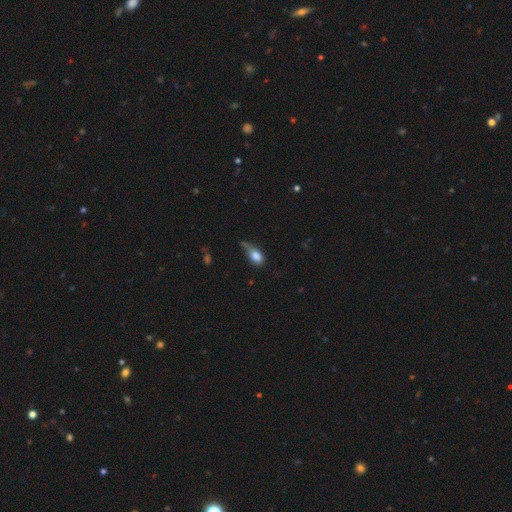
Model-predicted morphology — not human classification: Overall: smooth (77%). How rounded: in between (81%). Merging: minor disturbance (37%; major disturbance 28%).